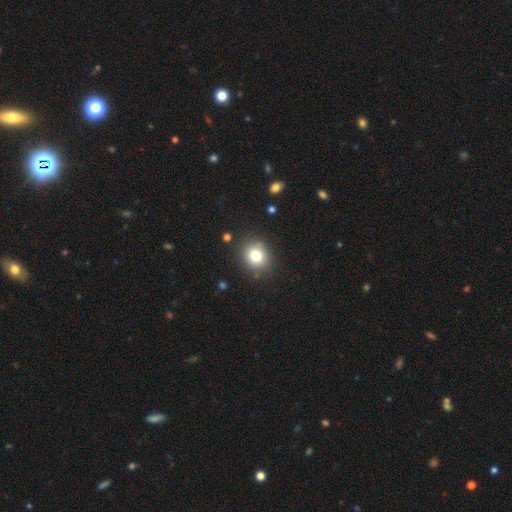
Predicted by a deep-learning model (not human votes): Smooth or featured? Predicted: smooth (p=0.79). How rounded? Predicted: round (p=0.75). Merging? Predicted: none (p=0.84).